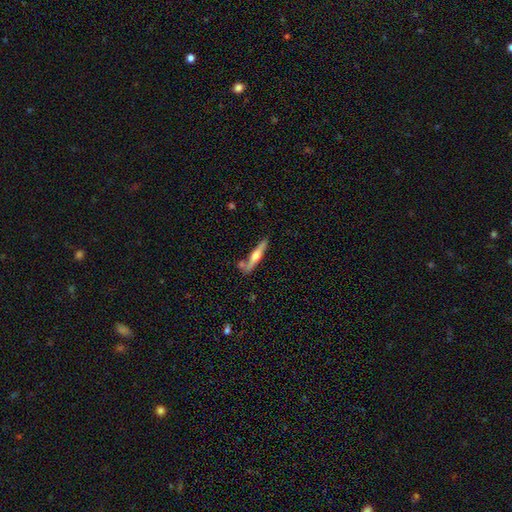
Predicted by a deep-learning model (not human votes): A featured or disk galaxy (59%) viewed edge-on (96%) with a rounded central bulge (92%). Merging: none (76%).